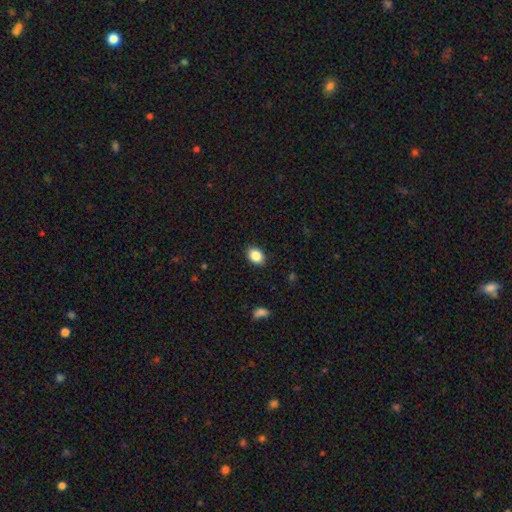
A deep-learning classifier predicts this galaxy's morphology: smooth-or-featured: smooth: 87% | star or artifact: 8% | featured or disk: 5%
  how-rounded: in between: 75% | round: 24% | cigar-shaped: 1%
  merging: none: 88% | minor disturbance: 9% | major disturbance: 2% | merger: 1%